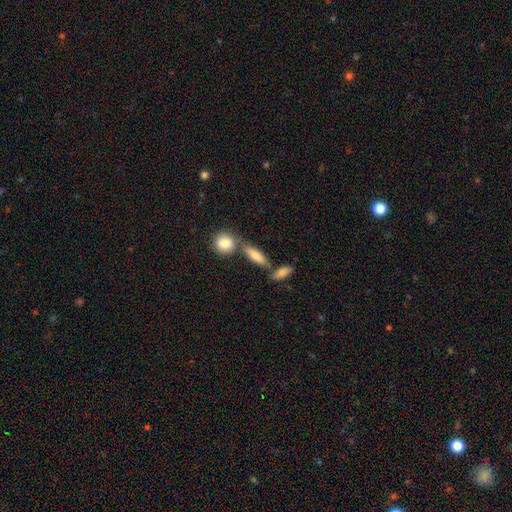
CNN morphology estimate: A smooth galaxy with no disk features (75%) that is in between round and cigar-shaped (48%).

Vote fractions:
- Smooth or featured? smooth: 75% / featured or disk: 17% / star or artifact: 8%
- How rounded? in between: 48% / cigar-shaped: 46% / round: 6%
- Merging? none: 59% / merger: 26% / minor disturbance: 11% / major disturbance: 4%